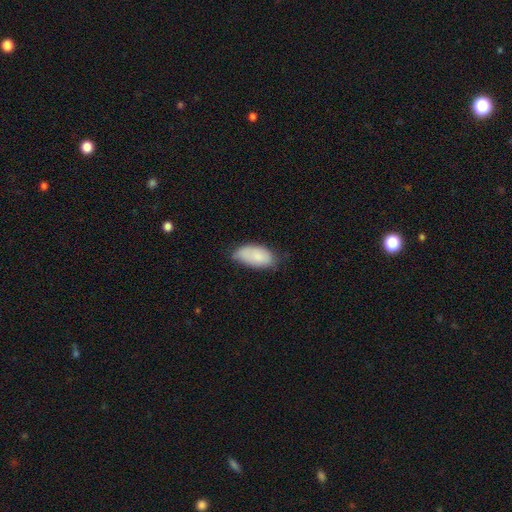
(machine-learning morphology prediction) Q: Smooth or featured?
A: smooth (84%); runner-up: featured or disk (9%)
Q: How rounded?
A: in between (93%); runner-up: cigar-shaped (5%)
Q: Merging?
A: none (59%); runner-up: minor disturbance (33%)